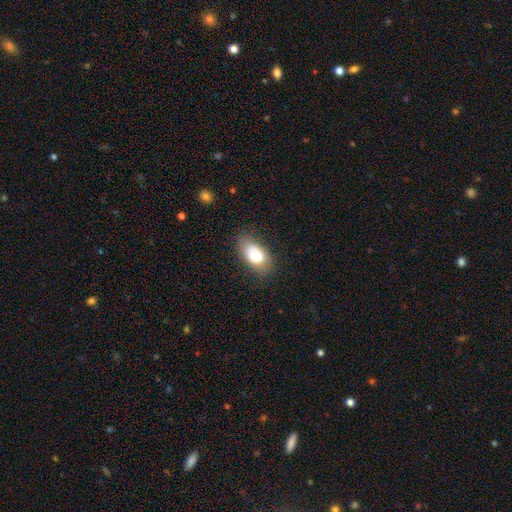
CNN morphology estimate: smooth 75%, featured or disk 17%, star or artifact 8%. Down the decision tree: how rounded — in between (91%); merging — none (64%).